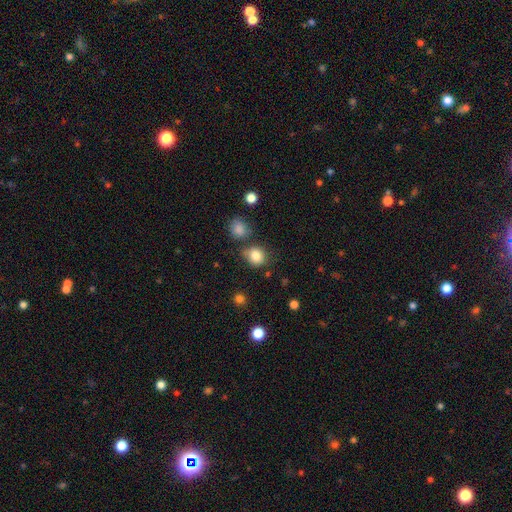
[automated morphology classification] smooth-or-featured: smooth: 83% | star or artifact: 11% | featured or disk: 6%
  how-rounded: round: 74% | in between: 25% | cigar-shaped: 1%
  merging: none: 69% | minor disturbance: 15% | merger: 11% | major disturbance: 5%